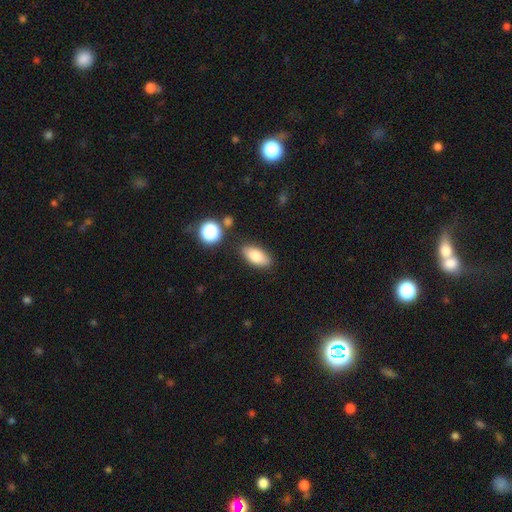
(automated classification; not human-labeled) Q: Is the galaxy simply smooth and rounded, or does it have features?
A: smooth — 80%.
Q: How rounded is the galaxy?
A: in between — 85%.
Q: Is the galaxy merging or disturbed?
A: none — 84%.